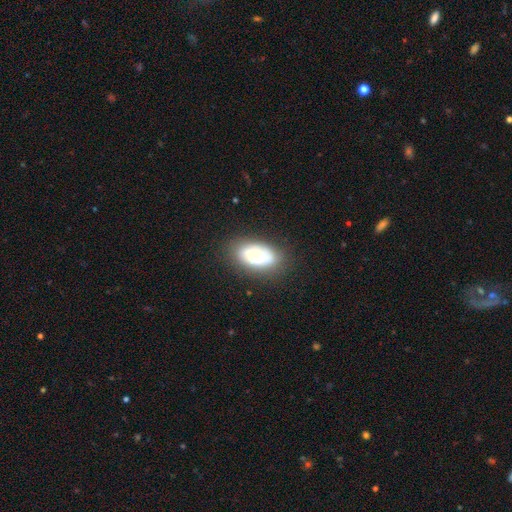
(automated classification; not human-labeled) This is possibly a smooth galaxy (47%). Merging: likely none (79%).